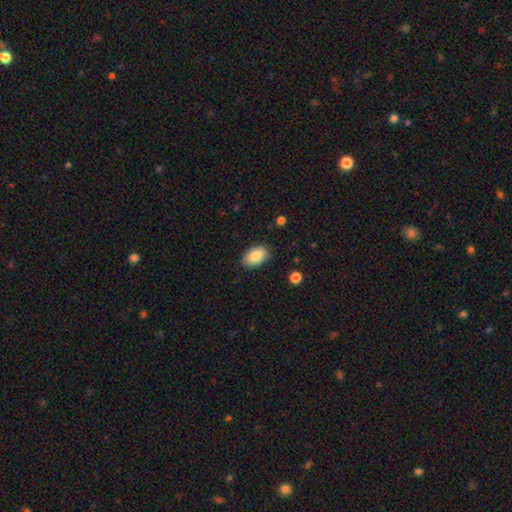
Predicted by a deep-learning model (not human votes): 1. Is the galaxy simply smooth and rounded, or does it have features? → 85% smooth, 8% featured or disk, 7% star or artifact.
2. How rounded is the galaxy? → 94% in between, 5% round, 2% cigar-shaped.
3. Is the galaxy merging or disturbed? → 84% none, 12% minor disturbance, 2% major disturbance, 1% merger.